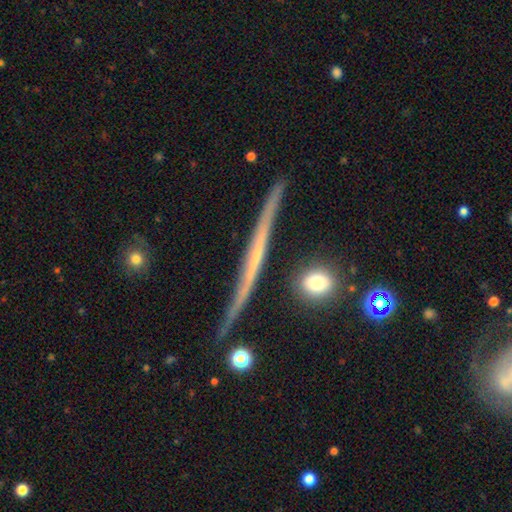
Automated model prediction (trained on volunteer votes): smooth-or-featured: featured or disk: 72% | smooth: 20% | star or artifact: 7%
  disk-edge-on: yes: 96% | no: 4%
    edge-on-bulge: none: 81% | rounded: 14% | boxy: 6%
  merging: none: 84% | minor disturbance: 11% | major disturbance: 3% | merger: 2%